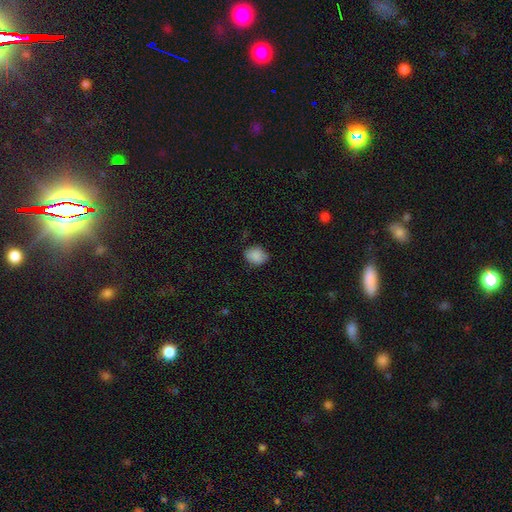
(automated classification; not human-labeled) Smooth or featured: smooth — 87% (star or artifact — 8%)
How rounded: in between — 52% (round — 47%)
Merging: none — 76% (minor disturbance — 19%)